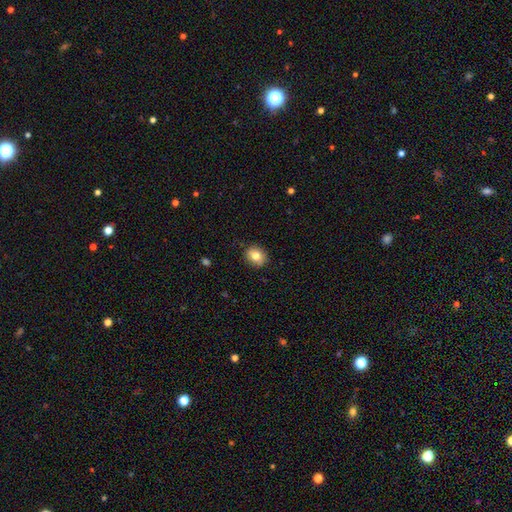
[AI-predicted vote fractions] A smooth galaxy with no disk features (80%) that is round (71%). Merging: none (88%).